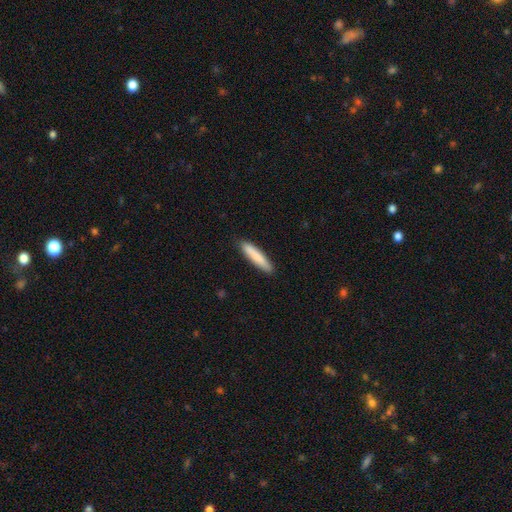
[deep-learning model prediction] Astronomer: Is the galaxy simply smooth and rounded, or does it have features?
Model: smooth — 82%.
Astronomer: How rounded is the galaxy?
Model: cigar-shaped — 89%.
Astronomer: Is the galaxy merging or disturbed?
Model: none — 89%.